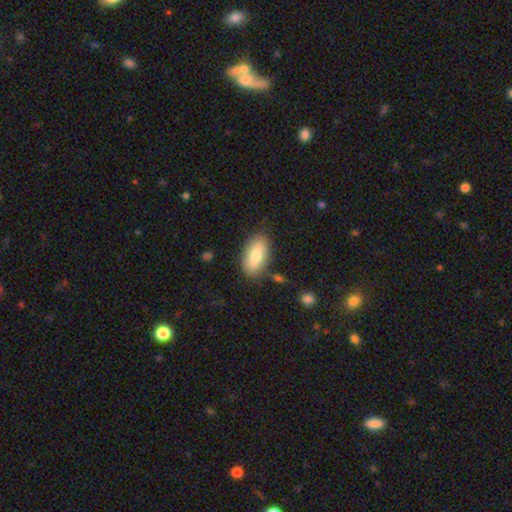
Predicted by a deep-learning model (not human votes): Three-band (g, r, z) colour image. It shows a smooth galaxy with no disk features (77%) that is in between round and cigar-shaped (92%). Merging: none (80%).